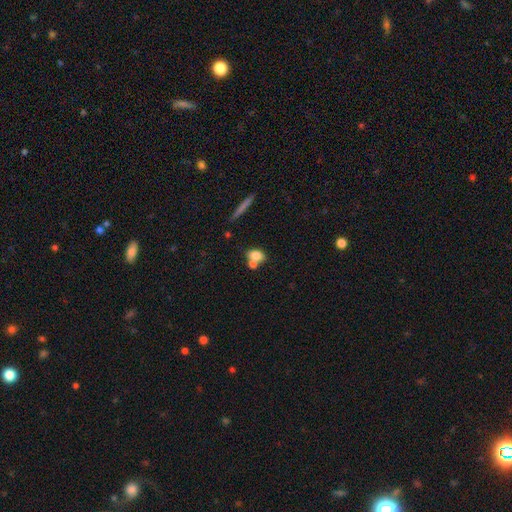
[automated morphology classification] The model was most divided on "merging": merger: 44%, none: 41%, minor disturbance: 10%, major disturbance: 4%. More confident: smooth or featured — smooth (76%); how rounded — in between (74%).